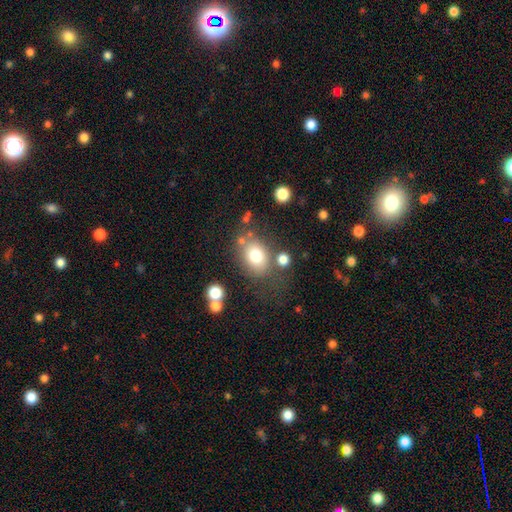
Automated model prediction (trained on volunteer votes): Smooth or featured?
  - smooth: 74% *
  - featured or disk: 14%
  - star or artifact: 12%
How rounded?
  - in between: 56% *
  - round: 43%
  - cigar-shaped: 1%
Merging?
  - none: 66% *
  - minor disturbance: 16%
  - merger: 9%
  - major disturbance: 8%